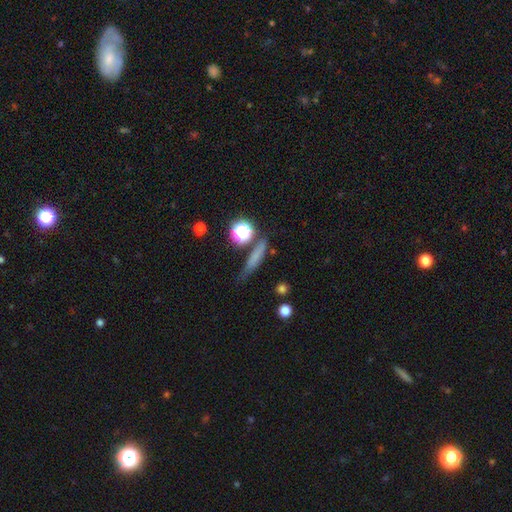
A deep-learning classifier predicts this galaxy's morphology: Smooth or featured?
  - smooth: 62% *
  - featured or disk: 22%
  - star or artifact: 16%
How rounded?
  - cigar-shaped: 69% *
  - round: 17%
  - in between: 14%
Merging?
  - none: 68% *
  - minor disturbance: 19%
  - major disturbance: 7%
  - merger: 6%